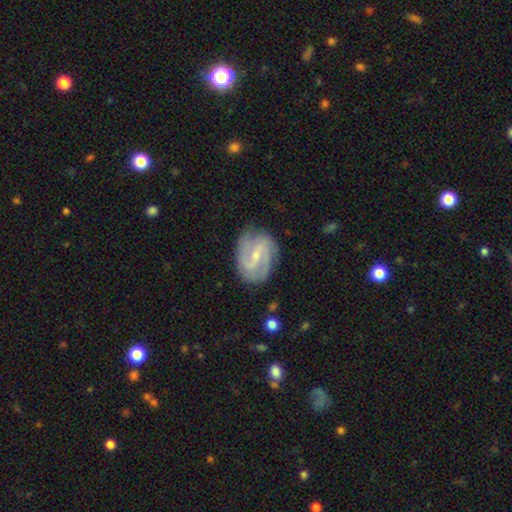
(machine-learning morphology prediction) A featured or disk galaxy (86%) with a weak bar (52%), 2 (67%) medium (48%) spiral arms (96%) and a small central bulge (69%).

Vote fractions:
- Smooth or featured? featured or disk: 86% / smooth: 9% / star or artifact: 5%
- Edge-on disk? no: 97% / yes: 3%
- Bar? weak: 52% / strong: 28% / no: 20%
- Spiral arms? yes: 96% / no: 4%
- Spiral winding? medium: 48% / tight: 32% / loose: 20%
- Spiral arm count? 2: 67% / 3: 14% / can't tell: 10% / 4: 3% / 1: 3% / more than 4: 3%
- Bulge size? small: 69% / moderate: 26% / none: 3% / large: 1% / dominant: 1%
- Merging? none: 78% / minor disturbance: 16% / major disturbance: 5% / merger: 1%